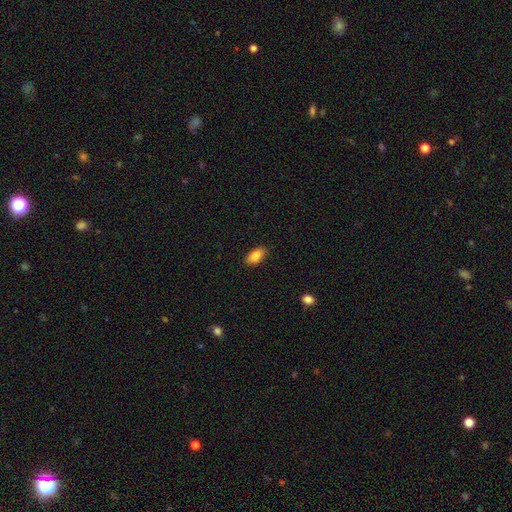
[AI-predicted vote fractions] Overall: smooth (86%). How rounded: in between (91%). Merging: none (86%).